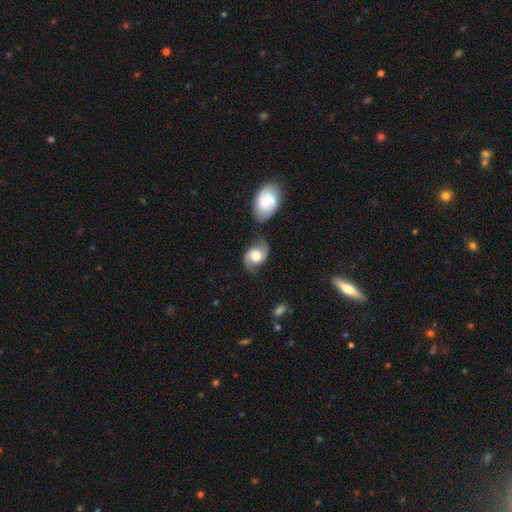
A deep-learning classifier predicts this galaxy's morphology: This is likely a featured or disk galaxy (73%). It is clearly not viewed edge-on (97%). Bar: likely no (65%). Spiral arm pattern: clearly yes (93%). Spiral arm count: clearly 2 (92%). Spiral winding: marginally medium (44%). Central bulge: marginally moderate (44%). Merging: likely none (62%).